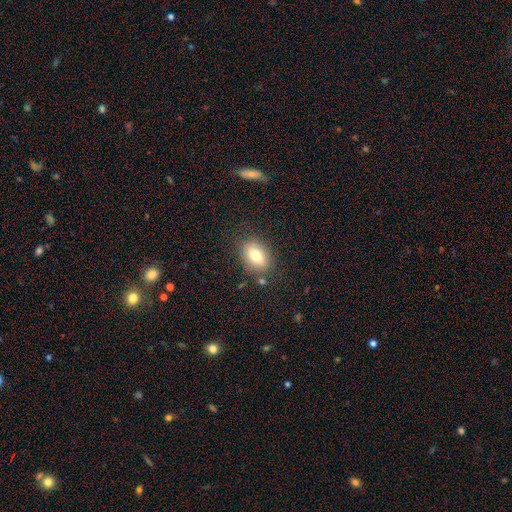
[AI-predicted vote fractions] Q: Smooth or featured?
A: smooth (72%); runner-up: featured or disk (19%)
Q: How rounded?
A: in between (78%); runner-up: round (18%)
Q: Merging?
A: none (80%); runner-up: minor disturbance (13%)